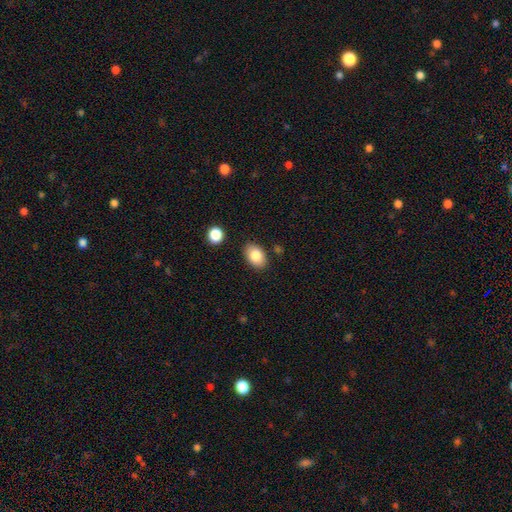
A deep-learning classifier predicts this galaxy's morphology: Smooth or featured?
  - smooth: 84% *
  - featured or disk: 8%
  - star or artifact: 7%
How rounded?
  - in between: 87% *
  - round: 12%
  - cigar-shaped: 1%
Merging?
  - none: 85% *
  - minor disturbance: 10%
  - merger: 3%
  - major disturbance: 2%